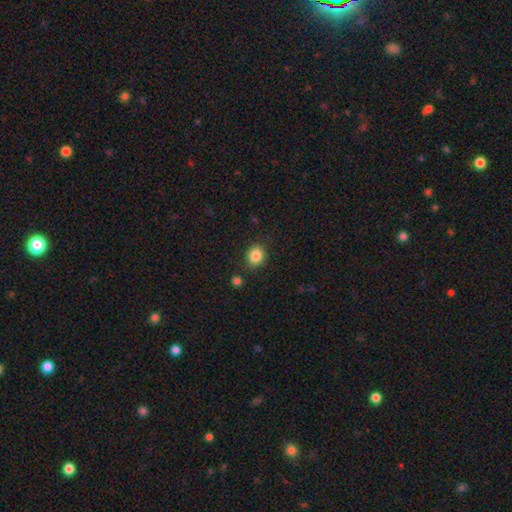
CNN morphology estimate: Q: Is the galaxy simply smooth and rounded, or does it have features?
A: smooth — 85%.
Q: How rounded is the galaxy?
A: round — 60%.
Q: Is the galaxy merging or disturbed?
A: none — 84%.